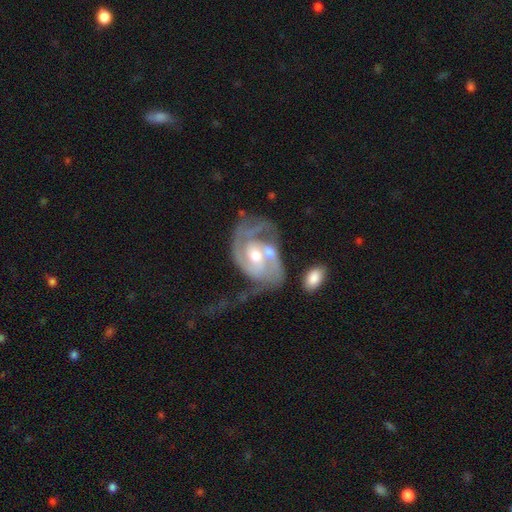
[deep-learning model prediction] Q: Smooth or featured?
A: featured or disk (86%); runner-up: smooth (9%)
Q: Edge-on disk?
A: no (97%); runner-up: yes (3%)
Q: Bar?
A: no (51%); runner-up: weak (38%)
Q: Spiral arms?
A: yes (93%); runner-up: no (7%)
Q: Spiral winding?
A: medium (42%); runner-up: tight (41%)
Q: Spiral arm count?
A: 2 (63%); runner-up: can't tell (15%)
Q: Bulge size?
A: moderate (67%); runner-up: small (23%)
Q: Merging?
A: merger (30%); runner-up: major disturbance (28%)